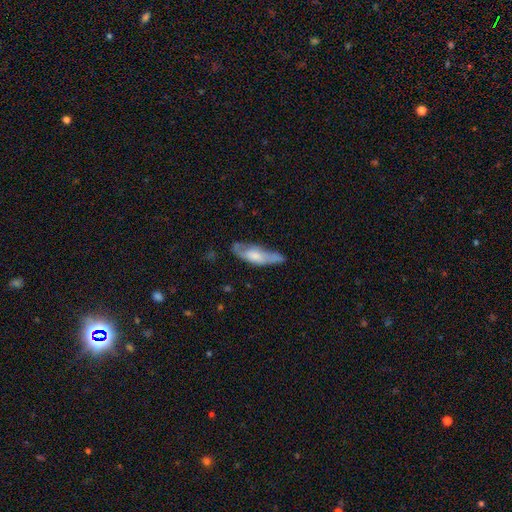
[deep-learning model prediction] This is possibly a smooth galaxy (51%). How rounded: possibly in between (51%). Merging: possibly none (50%).